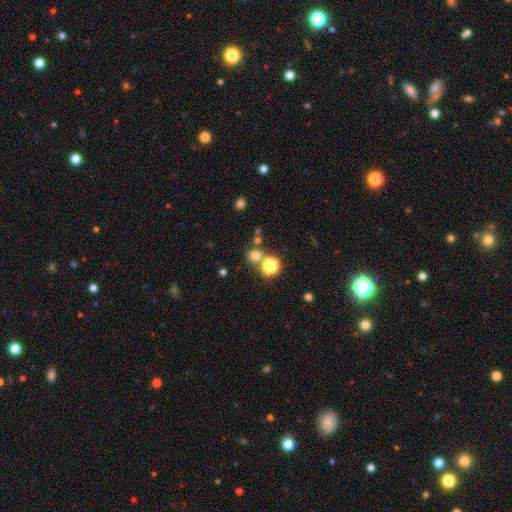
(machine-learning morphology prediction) smooth 69%, star or artifact 24%, featured or disk 8%. Down the decision tree: how rounded — round (87%); merging — none (67%).